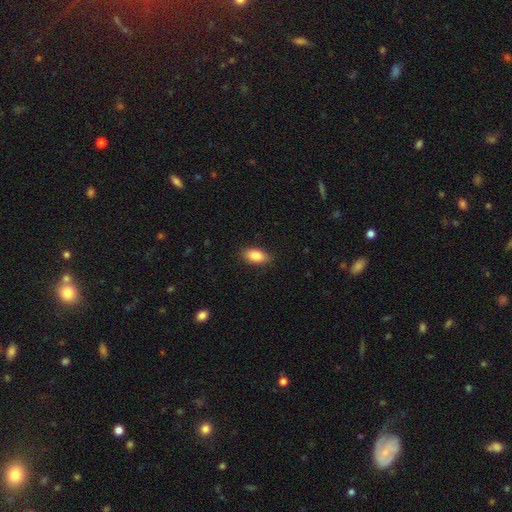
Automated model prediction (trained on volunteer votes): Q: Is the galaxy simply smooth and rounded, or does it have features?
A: smooth — 84%.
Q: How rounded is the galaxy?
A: in between — 89%.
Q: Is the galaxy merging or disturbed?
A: none — 87%.